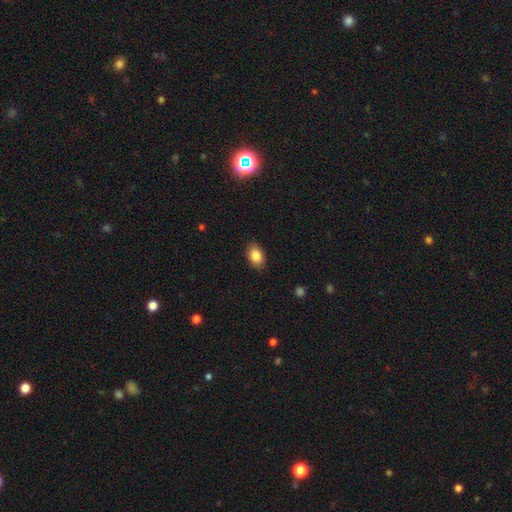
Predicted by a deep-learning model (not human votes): smooth_or_featured: smooth (p=0.85) [alt: star or artifact p=0.08]
how_rounded: in between (p=0.85) [alt: round p=0.13]
merging: none (p=0.87) [alt: minor disturbance p=0.10]